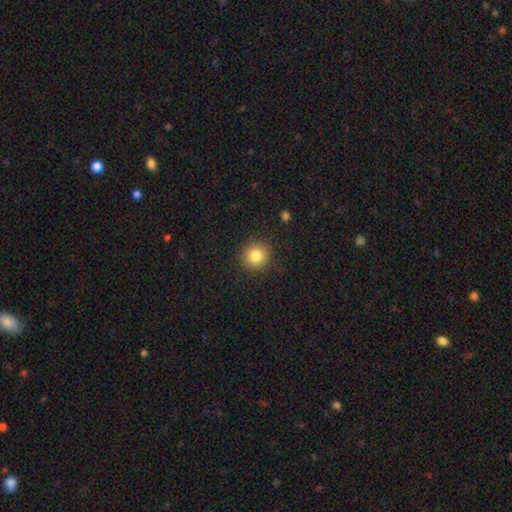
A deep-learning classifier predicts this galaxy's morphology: This appears to be a smooth galaxy with no disk features (83%) that is round (91%). Merging: none (90%).